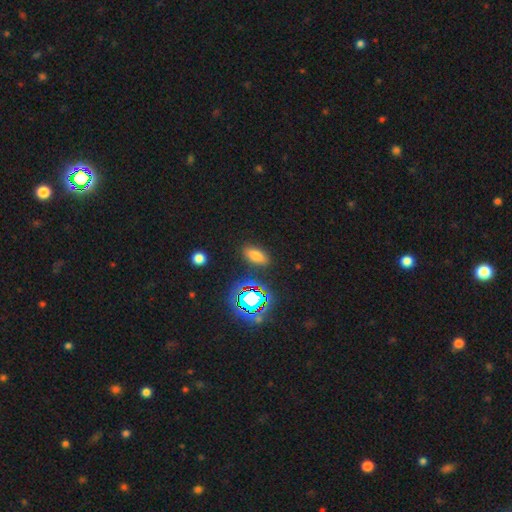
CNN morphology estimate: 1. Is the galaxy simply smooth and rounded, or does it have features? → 69% smooth, 23% star or artifact, 8% featured or disk.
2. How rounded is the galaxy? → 85% in between, 9% cigar-shaped, 6% round.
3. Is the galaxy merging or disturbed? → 86% none, 9% minor disturbance, 3% major disturbance, 2% merger.